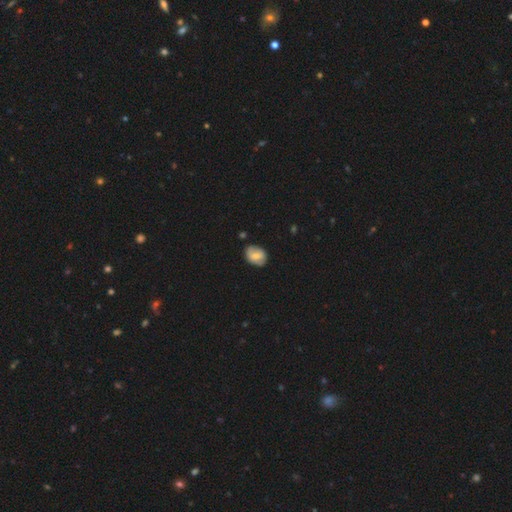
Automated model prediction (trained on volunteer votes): Overall: smooth (62%; featured or disk 30%). How rounded: in between (65%; round 34%). Merging: none (76%).